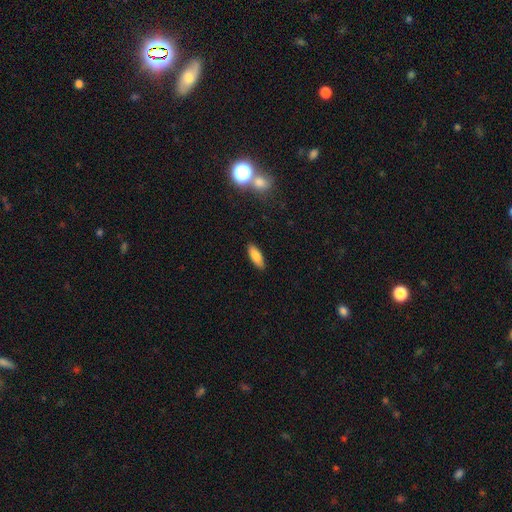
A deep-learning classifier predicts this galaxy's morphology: A smooth galaxy with no disk features (84%) that is in between round and cigar-shaped (66%).

Vote fractions:
- Smooth or featured? smooth: 84% / featured or disk: 9% / star or artifact: 7%
- How rounded? in between: 66% / cigar-shaped: 32% / round: 2%
- Merging? none: 88% / minor disturbance: 9% / major disturbance: 2% / merger: 1%